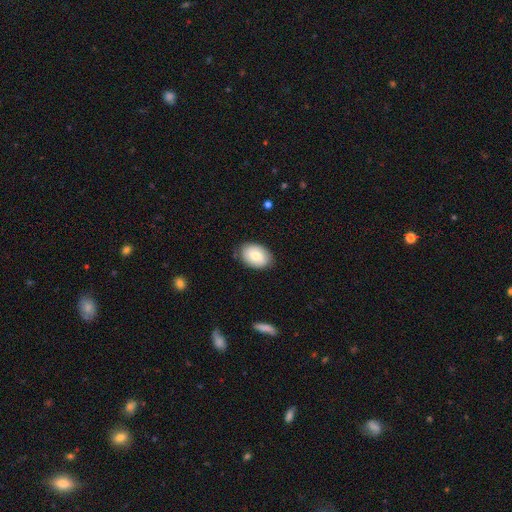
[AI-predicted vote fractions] Smooth or featured? smooth (72%)
How rounded? in between (81%)
Merging? none (82%)